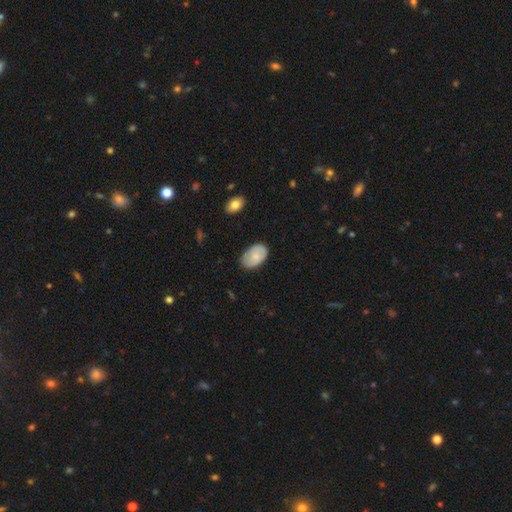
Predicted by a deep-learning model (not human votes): This is likely a smooth galaxy (73%). How rounded: clearly in between (90%). Merging: likely none (77%).